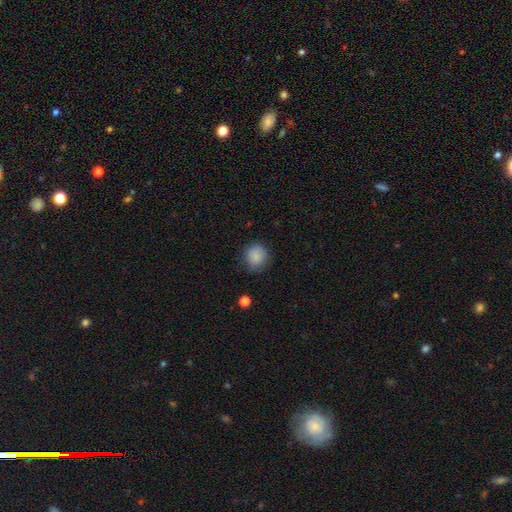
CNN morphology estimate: A smooth galaxy with no disk features (87%) that is round (84%). Merging: none (79%).